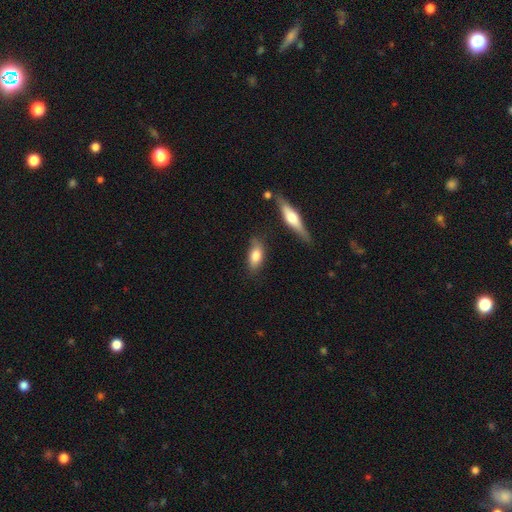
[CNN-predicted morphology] The model was most divided on "merging": none: 71%, minor disturbance: 20%, major disturbance: 5%, merger: 4%. More confident: how rounded — in between (82%); smooth or featured — smooth (77%).